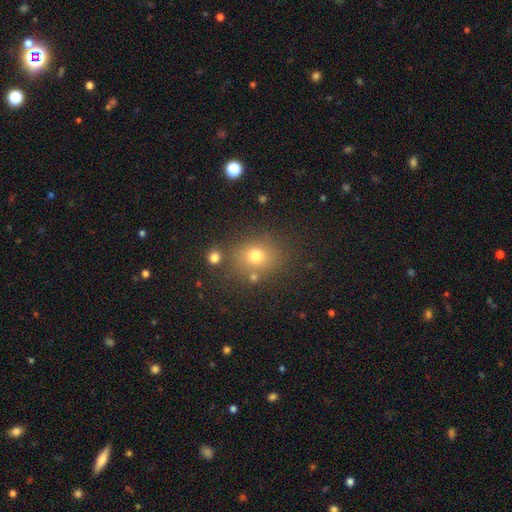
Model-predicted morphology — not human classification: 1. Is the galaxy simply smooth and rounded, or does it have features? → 72% smooth, 17% star or artifact, 10% featured or disk.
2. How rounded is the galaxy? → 67% round, 32% in between, 1% cigar-shaped.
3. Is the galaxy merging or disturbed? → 77% none, 11% minor disturbance, 7% merger, 4% major disturbance.